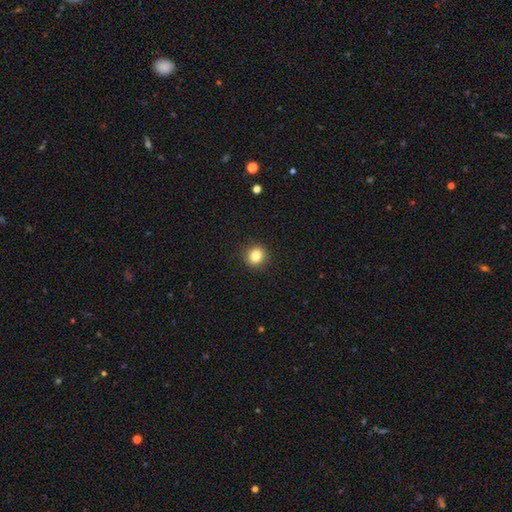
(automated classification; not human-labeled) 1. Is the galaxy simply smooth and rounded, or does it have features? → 84% smooth, 11% star or artifact, 6% featured or disk.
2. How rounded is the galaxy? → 81% round, 18% in between, 1% cigar-shaped.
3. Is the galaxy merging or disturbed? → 91% none, 6% minor disturbance, 2% major disturbance, 1% merger.